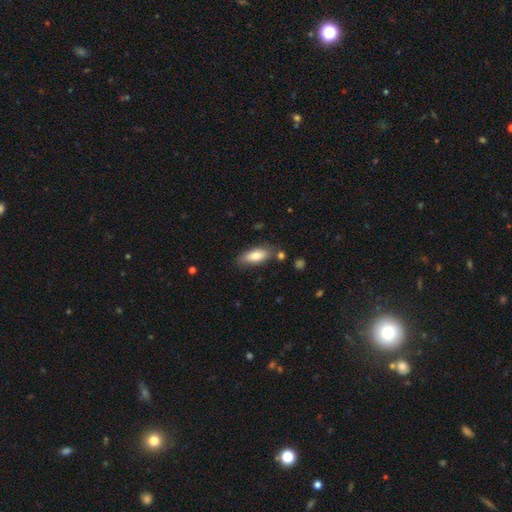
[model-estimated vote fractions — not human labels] Smooth or featured?
  - smooth: 80% *
  - featured or disk: 14%
  - star or artifact: 7%
How rounded?
  - in between: 81% *
  - cigar-shaped: 17%
  - round: 2%
Merging?
  - none: 77% *
  - minor disturbance: 15%
  - merger: 5%
  - major disturbance: 3%